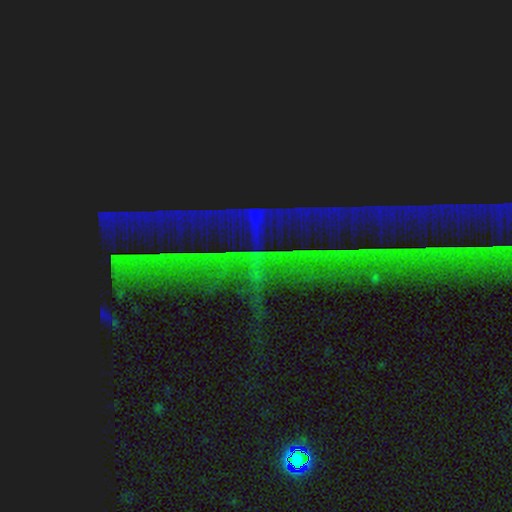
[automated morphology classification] This is clearly a star or artifact rather than a galaxy (88%).